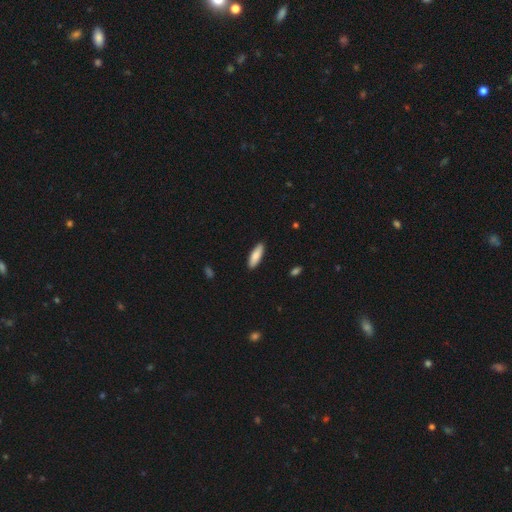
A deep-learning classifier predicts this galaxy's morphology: smooth 85%, featured or disk 10%, star or artifact 5%. Down the decision tree: how rounded — in between (52%); merging — none (89%).